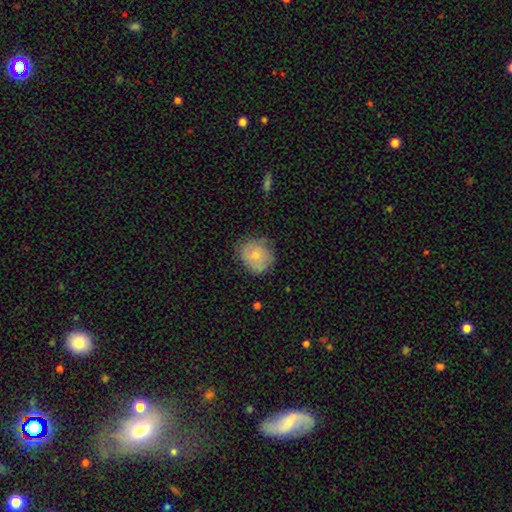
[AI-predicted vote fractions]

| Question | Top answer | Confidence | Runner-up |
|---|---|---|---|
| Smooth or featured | smooth | 68% | featured or disk (25%) |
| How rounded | round | 79% | in between (20%) |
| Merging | none | 65% | minor disturbance (26%) |